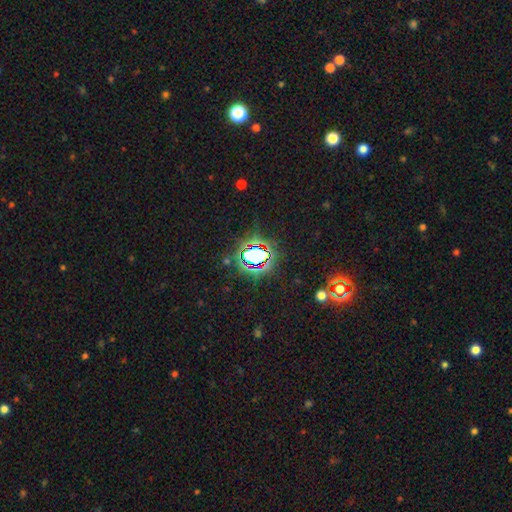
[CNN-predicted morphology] A star or artifact, not a galaxy (72%).